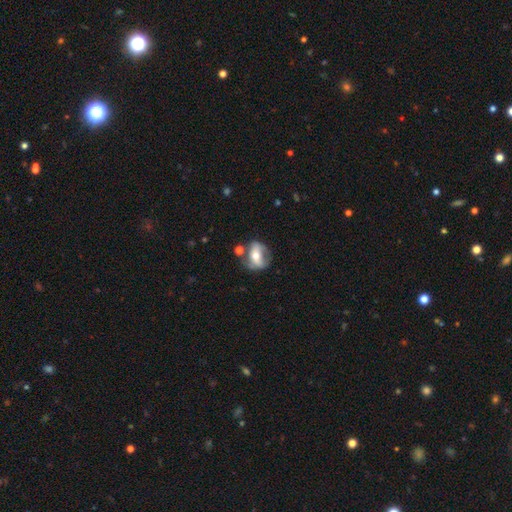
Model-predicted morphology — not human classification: smooth-or-featured: featured or disk: 55% | smooth: 38% | star or artifact: 7%
  disk-edge-on: no: 88% | yes: 12%
  merging: none: 53% | minor disturbance: 23% | major disturbance: 13% | merger: 11%